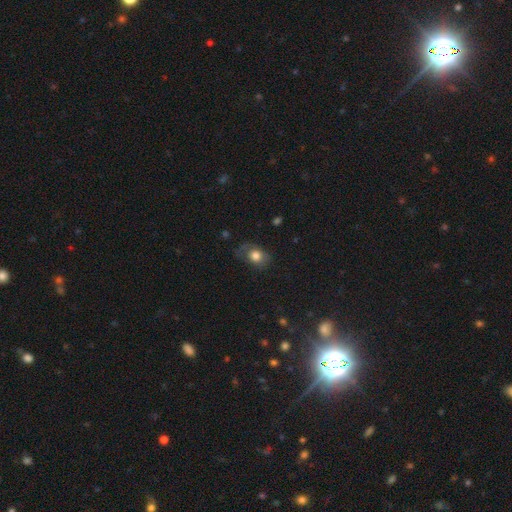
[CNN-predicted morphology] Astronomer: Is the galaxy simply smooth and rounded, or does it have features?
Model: smooth — 73%.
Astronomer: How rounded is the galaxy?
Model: in between — 57% (runner-up: round, 41%).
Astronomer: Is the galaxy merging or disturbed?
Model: none — 54%.